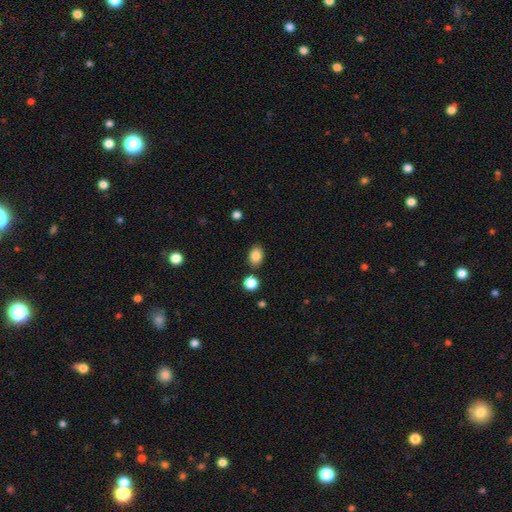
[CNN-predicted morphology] smooth_or_featured: smooth (p=0.86) [alt: star or artifact p=0.09]
how_rounded: in between (p=0.66) [alt: round p=0.33]
merging: none (p=0.81) [alt: minor disturbance p=0.10]